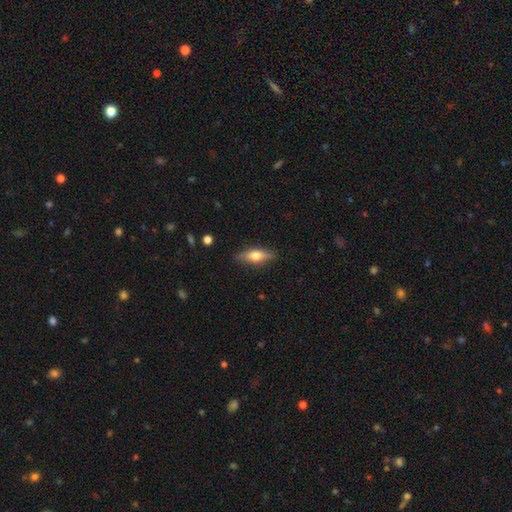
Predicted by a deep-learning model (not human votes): A smooth galaxy with no disk features (56%) that is in between round and cigar-shaped (57%).

Vote fractions:
- Smooth or featured? smooth: 56% / featured or disk: 38% / star or artifact: 6%
- How rounded? in between: 57% / cigar-shaped: 40% / round: 4%
- Merging? none: 85% / minor disturbance: 11% / major disturbance: 2% / merger: 1%